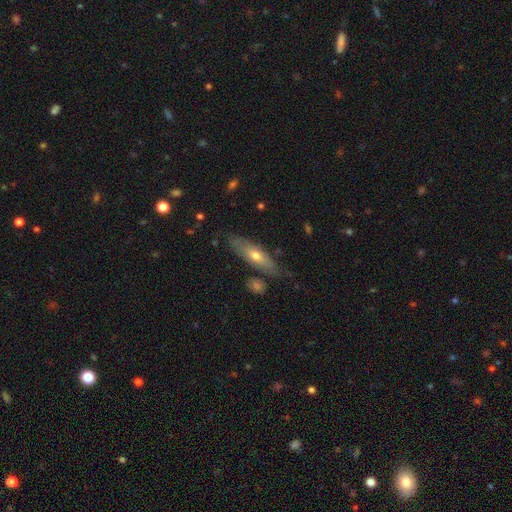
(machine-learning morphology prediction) Q: Smooth or featured?
A: smooth (51%); runner-up: featured or disk (43%)
Q: How rounded?
A: cigar-shaped (53%); runner-up: in between (44%)
Q: Merging?
A: none (75%); runner-up: minor disturbance (17%)